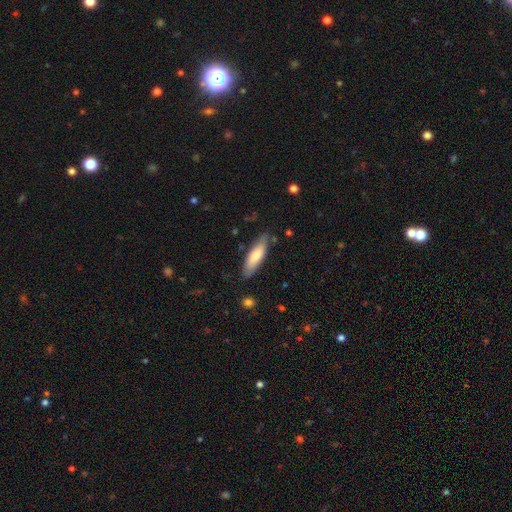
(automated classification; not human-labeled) smooth 76%, featured or disk 19%, star or artifact 5%. Down the decision tree: how rounded — cigar-shaped (57%); merging — none (79%).